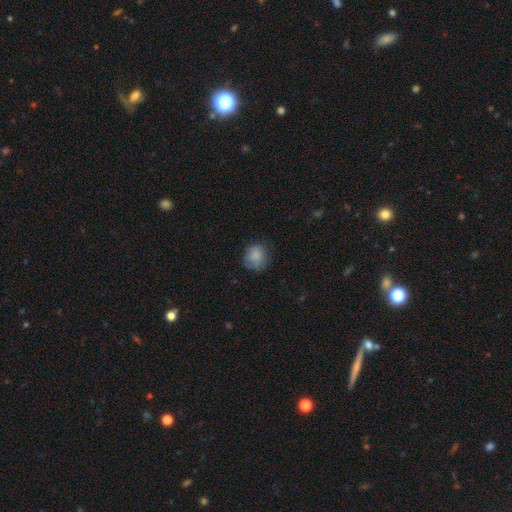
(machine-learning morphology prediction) This is clearly a smooth galaxy (81%). How rounded: likely round (76%). Merging: likely none (69%).